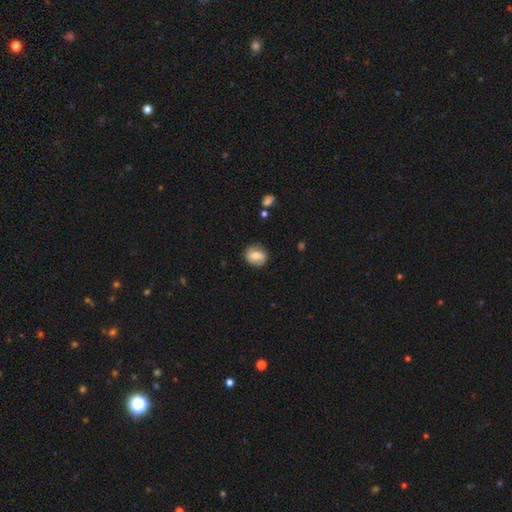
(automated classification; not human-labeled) The model was most divided on "how rounded": round: 71%, in between: 28%, cigar-shaped: 1%. More confident: merging — none (83%); smooth or featured — smooth (69%).